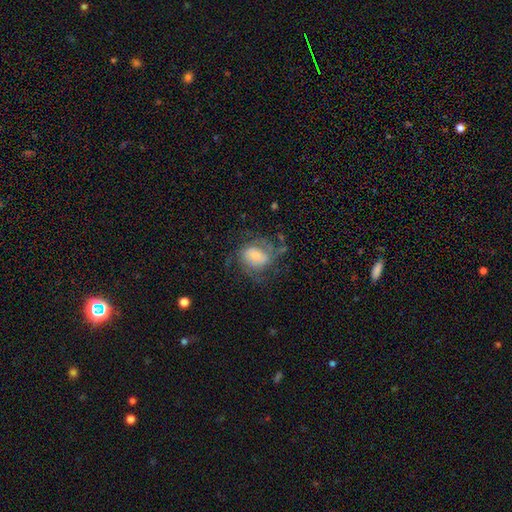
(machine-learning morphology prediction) This is likely a featured or disk galaxy (63%). It is clearly not viewed edge-on (97%). Bar: possibly no (58%). Spiral arm pattern: clearly yes (82%). Spiral arm count: marginally 2 (37%). Spiral winding: possibly medium (46%). Central bulge: marginally small (42%). Merging: possibly none (51%).